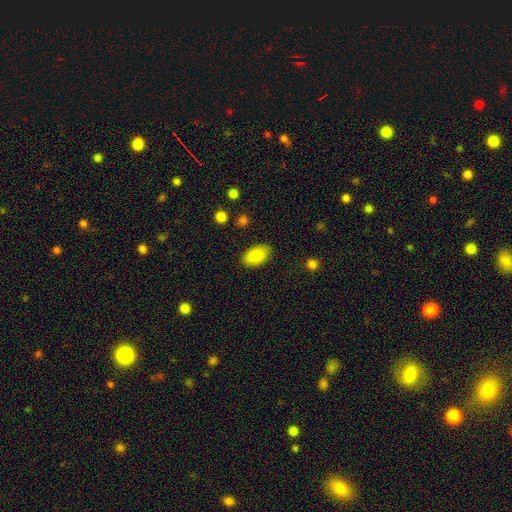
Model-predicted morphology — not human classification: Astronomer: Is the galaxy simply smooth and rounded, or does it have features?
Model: smooth — 89%.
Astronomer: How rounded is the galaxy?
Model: in between — 93%.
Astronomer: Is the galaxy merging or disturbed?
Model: none — 87%.